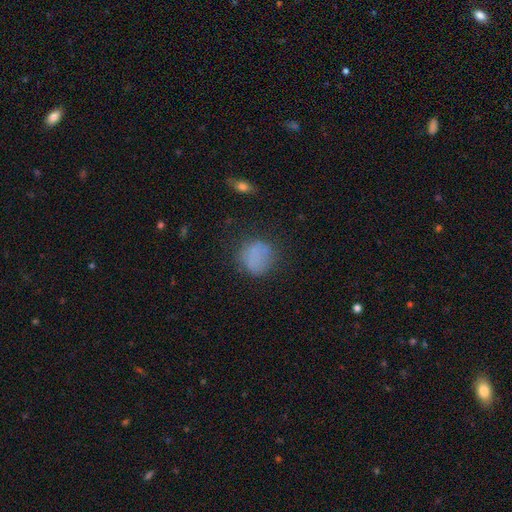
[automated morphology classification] A smooth galaxy with no disk features (75%) that is round (83%).

Vote fractions:
- Smooth or featured? smooth: 75% / star or artifact: 13% / featured or disk: 12%
- How rounded? round: 83% / in between: 16% / cigar-shaped: 1%
- Merging? none: 66% / minor disturbance: 20% / major disturbance: 10% / merger: 3%